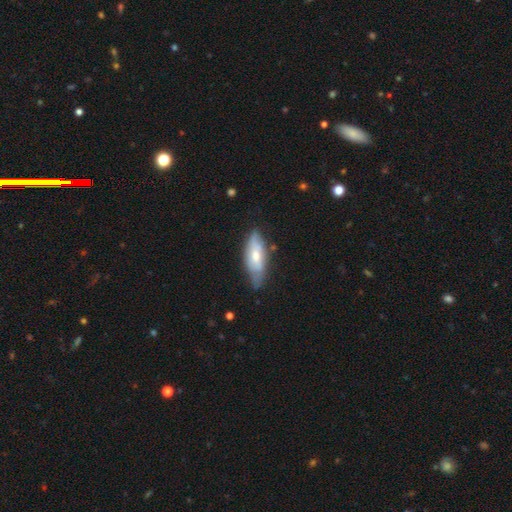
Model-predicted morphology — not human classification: Overall: featured or disk (50%; smooth 44%). Merging: none (59%; minor disturbance 31%).